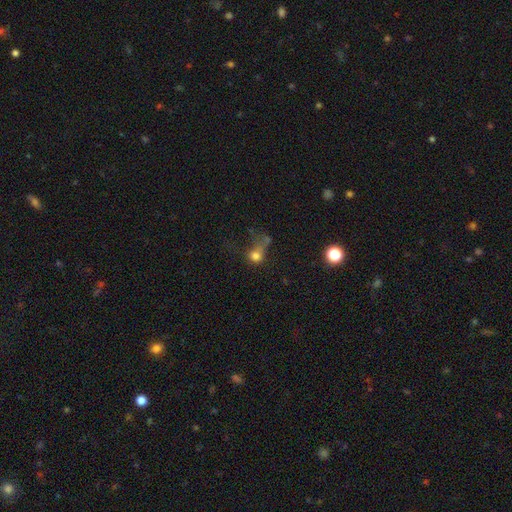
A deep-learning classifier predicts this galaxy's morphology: Overall: smooth (69%). How rounded: round (71%). Merging: major disturbance (35%; none 31%).